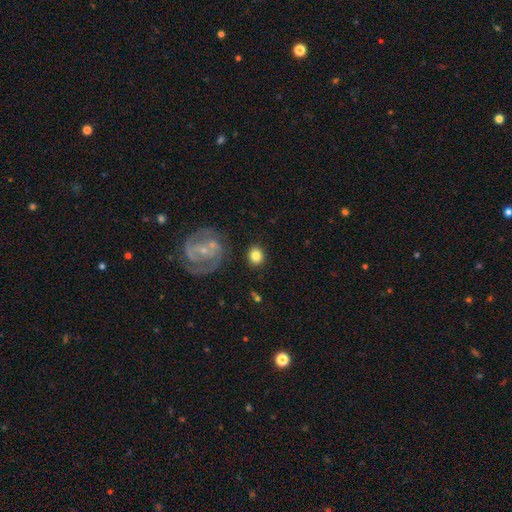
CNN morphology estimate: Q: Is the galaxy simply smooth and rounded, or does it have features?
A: smooth — 78%.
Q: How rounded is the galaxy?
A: round — 75%.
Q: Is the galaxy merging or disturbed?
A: none — 84%.